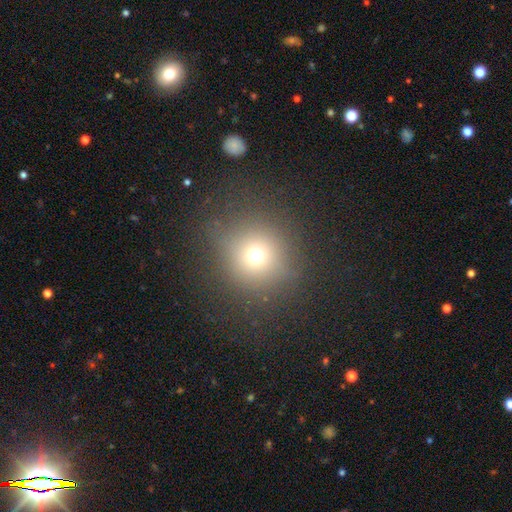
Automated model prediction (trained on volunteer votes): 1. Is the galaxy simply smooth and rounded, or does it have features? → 68% smooth, 21% star or artifact, 11% featured or disk.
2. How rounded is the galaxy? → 92% round, 7% in between, 1% cigar-shaped.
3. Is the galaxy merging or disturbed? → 84% none, 9% minor disturbance, 6% major disturbance, 1% merger.